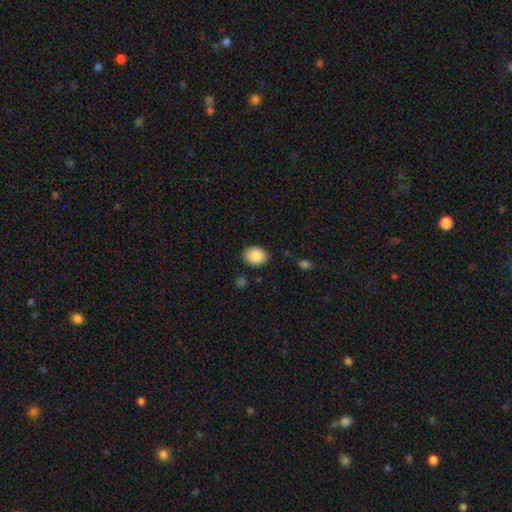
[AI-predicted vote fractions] Q: Smooth or featured?
A: smooth (87%); runner-up: star or artifact (7%)
Q: How rounded?
A: in between (59%); runner-up: round (40%)
Q: Merging?
A: none (86%); runner-up: minor disturbance (10%)